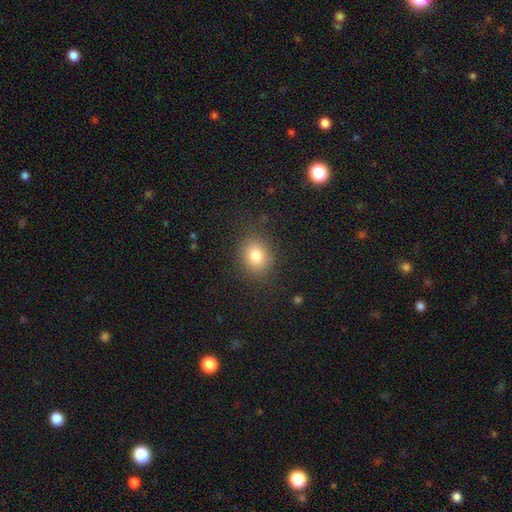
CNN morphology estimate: smooth_or_featured: smooth (p=0.80) [alt: star or artifact p=0.12]
how_rounded: round (p=0.61) [alt: in between p=0.38]
merging: none (p=0.85) [alt: minor disturbance p=0.10]